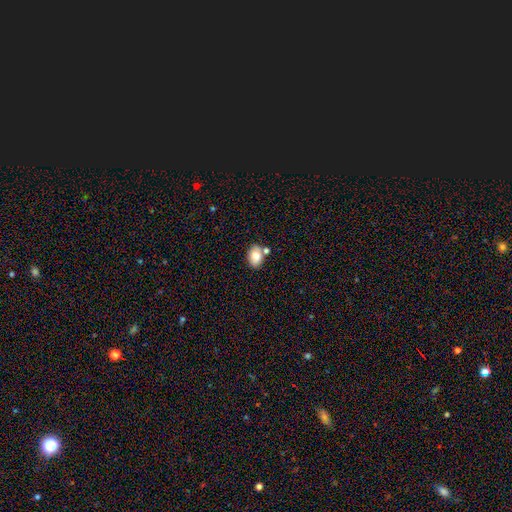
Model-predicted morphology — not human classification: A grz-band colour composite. It shows a smooth galaxy with no disk features (77%) that is in between round and cigar-shaped (75%). Merging: none (70%).